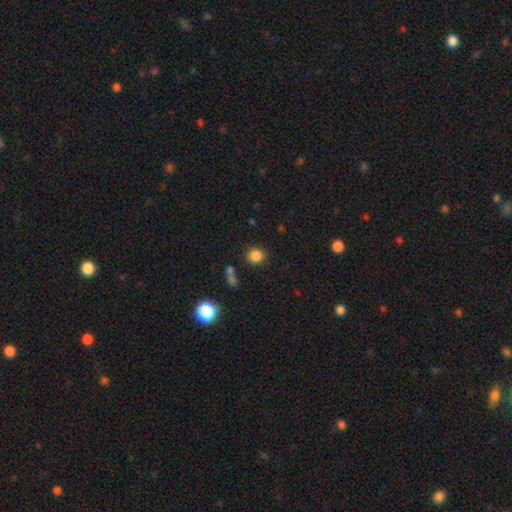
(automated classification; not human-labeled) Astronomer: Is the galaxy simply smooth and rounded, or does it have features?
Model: smooth — 84%.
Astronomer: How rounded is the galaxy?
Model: round — 87%.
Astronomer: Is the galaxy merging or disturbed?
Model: none — 84%.